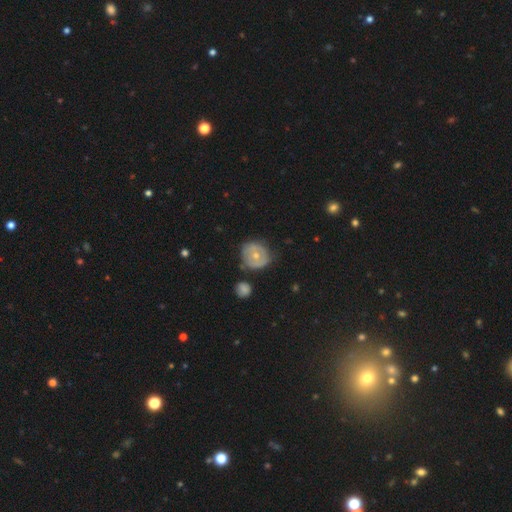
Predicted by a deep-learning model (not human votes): This is possibly a featured or disk galaxy (51%). It is clearly not viewed edge-on (96%). Merging: likely none (64%).